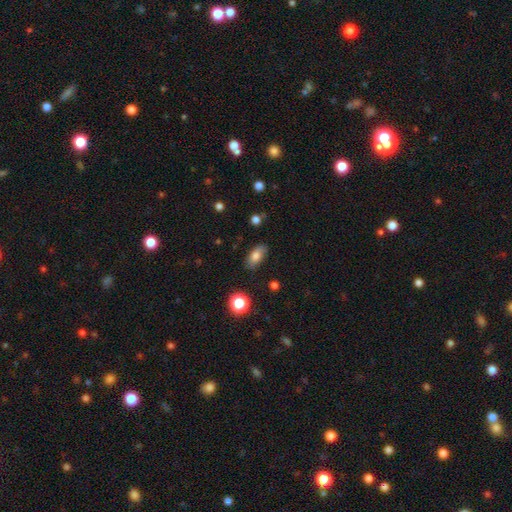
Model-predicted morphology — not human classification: smooth_or_featured: smooth (p=0.79) [alt: featured or disk p=0.12]
how_rounded: in between (p=0.87) [alt: cigar-shaped p=0.07]
merging: none (p=0.84) [alt: minor disturbance p=0.12]